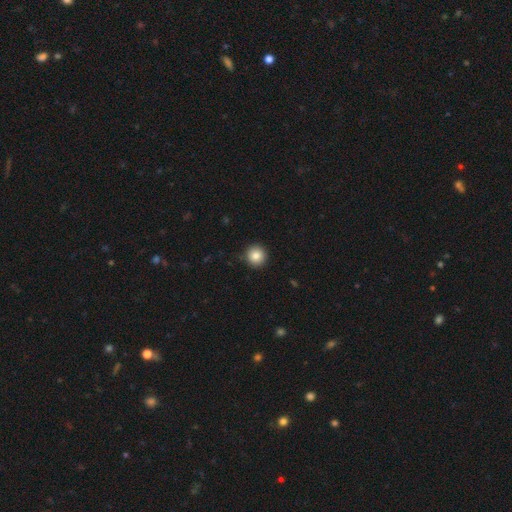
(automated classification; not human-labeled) Smooth or featured: smooth — 84% (star or artifact — 10%)
How rounded: round — 95% (in between — 4%)
Merging: none — 91% (minor disturbance — 6%)